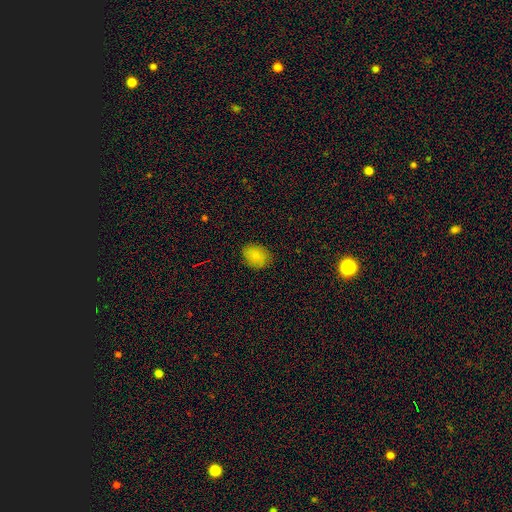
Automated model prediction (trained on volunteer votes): Smooth or featured: smooth — 85% (star or artifact — 10%)
How rounded: in between — 64% (round — 35%)
Merging: none — 83% (minor disturbance — 13%)